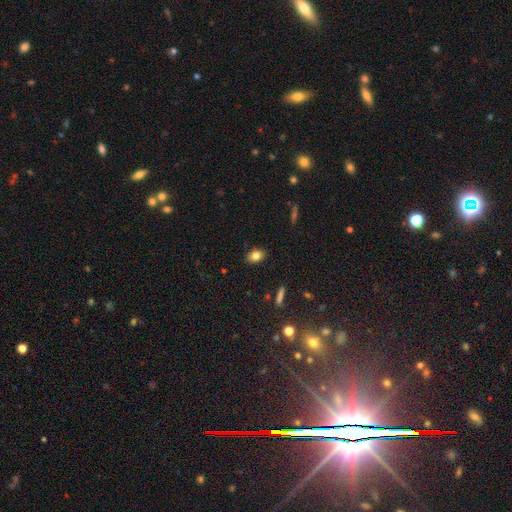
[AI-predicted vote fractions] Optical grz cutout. It shows a smooth galaxy with no disk features (81%) that is in between round and cigar-shaped (79%). Merging: none (87%).